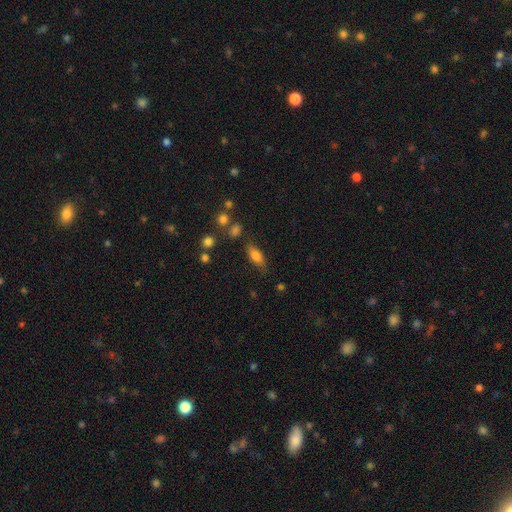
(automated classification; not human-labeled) Smooth or featured: smooth — 78% (featured or disk — 13%)
How rounded: in between — 79% (cigar-shaped — 17%)
Merging: none — 75% (minor disturbance — 16%)